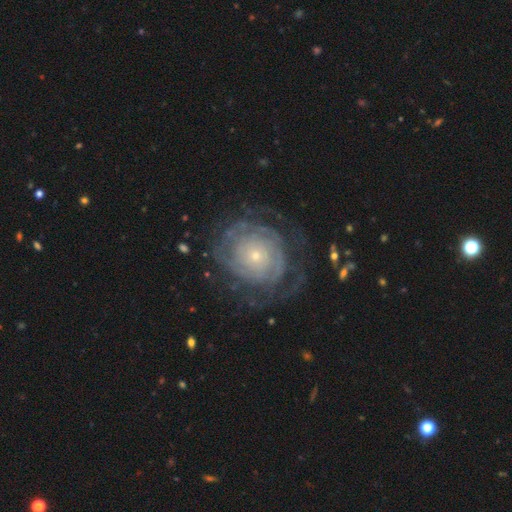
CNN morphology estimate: The model was most divided on "spiral arm count": can't tell: 46%, 2: 15%, 4: 12%, 3: 11%, more than 4: 10%, 1: 6%. More confident: edge-on disk — no (97%); spiral arms — yes (89%); bar — no (84%); smooth or featured — featured or disk (81%); bulge size — small (80%); spiral winding — tight (77%); merging — none (70%).